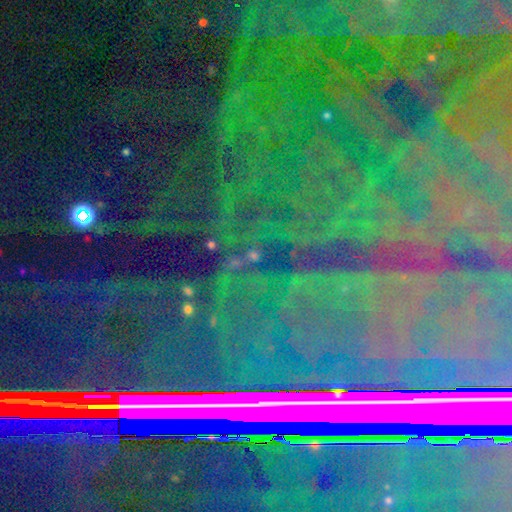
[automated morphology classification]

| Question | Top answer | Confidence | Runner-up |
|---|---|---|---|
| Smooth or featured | star or artifact | 86% | featured or disk (8%) |